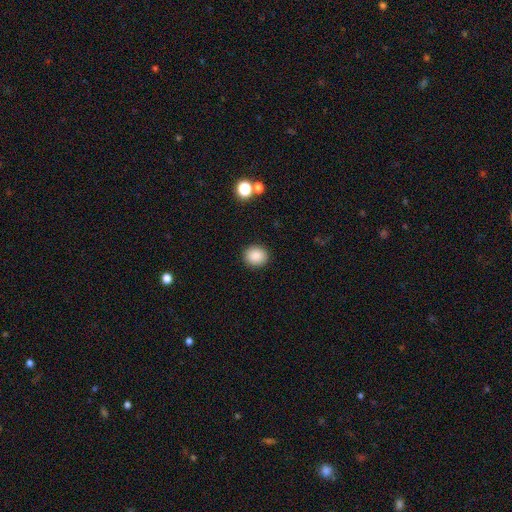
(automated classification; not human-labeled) Morphology: type=smooth (87%); roundness=round (82%); merging=none (91%).